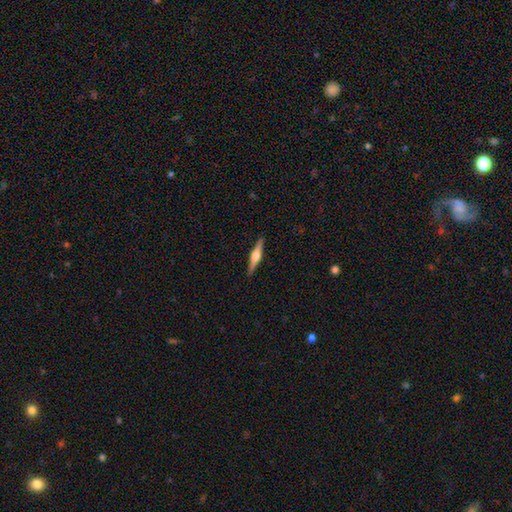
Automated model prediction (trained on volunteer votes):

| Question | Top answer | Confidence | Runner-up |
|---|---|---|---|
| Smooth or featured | featured or disk | 73% | smooth (22%) |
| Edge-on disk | yes | 98% | no (2%) |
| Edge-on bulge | rounded | 88% | boxy (9%) |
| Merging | none | 92% | minor disturbance (6%) |